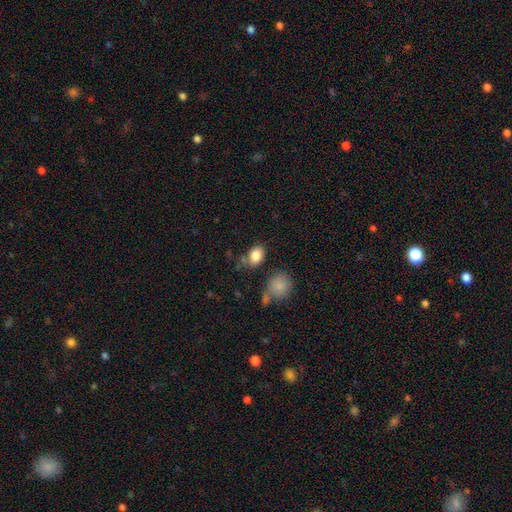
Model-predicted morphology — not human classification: This appears to be a smooth galaxy with no disk features (84%) that is in between round and cigar-shaped (81%). Merging: none (65%).